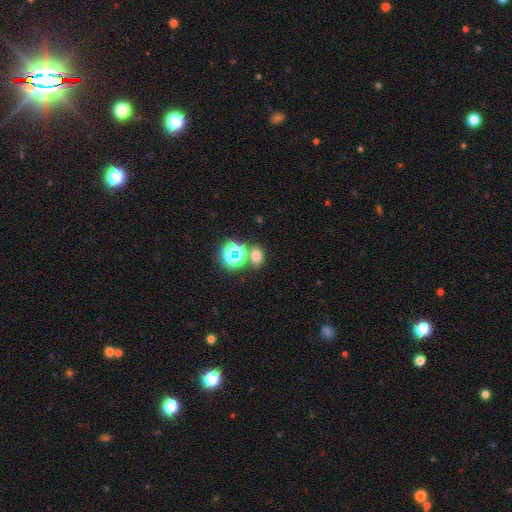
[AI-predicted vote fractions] smooth_or_featured: smooth (p=0.64) [alt: star or artifact p=0.29]
how_rounded: in between (p=0.62) [alt: round p=0.37]
merging: none (p=0.70) [alt: merger p=0.17]